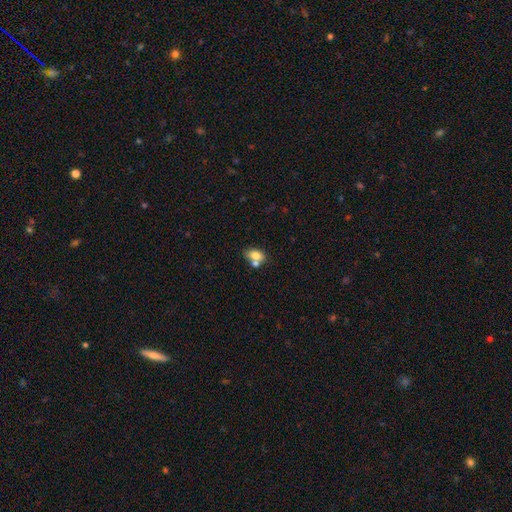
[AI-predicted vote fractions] Overall: smooth (76%). How rounded: in between (81%). Merging: none (45%; merger 38%).